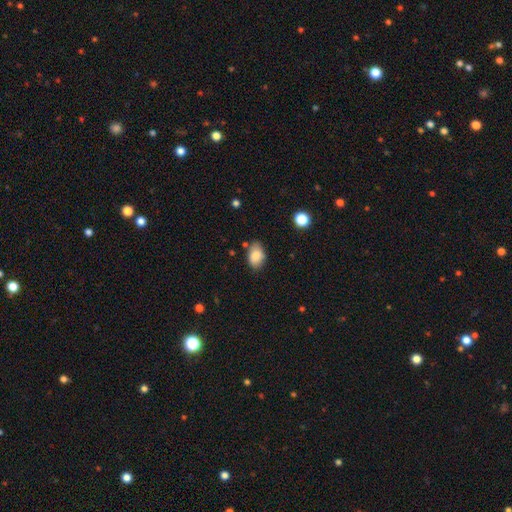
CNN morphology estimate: The model was most divided on "merging": none: 74%, minor disturbance: 19%, merger: 4%, major disturbance: 4%. More confident: how rounded — in between (85%); smooth or featured — smooth (85%).